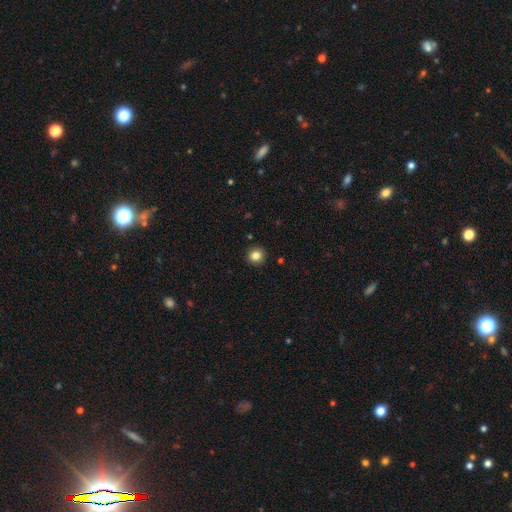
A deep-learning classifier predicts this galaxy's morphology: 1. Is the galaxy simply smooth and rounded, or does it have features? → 83% smooth, 11% star or artifact, 5% featured or disk.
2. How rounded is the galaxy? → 95% round, 4% in between, 1% cigar-shaped.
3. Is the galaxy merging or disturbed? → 93% none, 5% minor disturbance, 2% major disturbance, 1% merger.